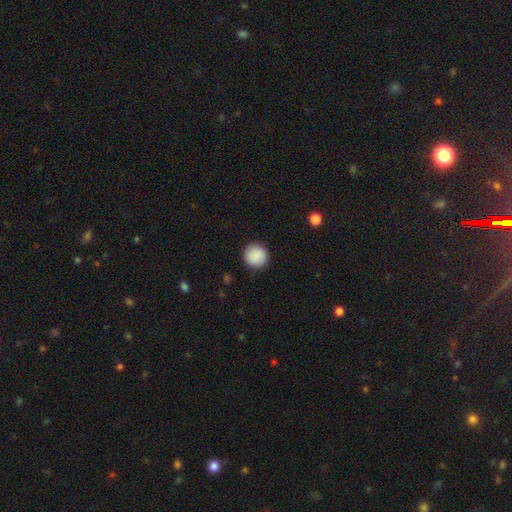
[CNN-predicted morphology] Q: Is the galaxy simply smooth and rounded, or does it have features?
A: smooth — 90%.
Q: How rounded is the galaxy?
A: round — 94%.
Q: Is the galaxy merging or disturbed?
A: none — 91%.